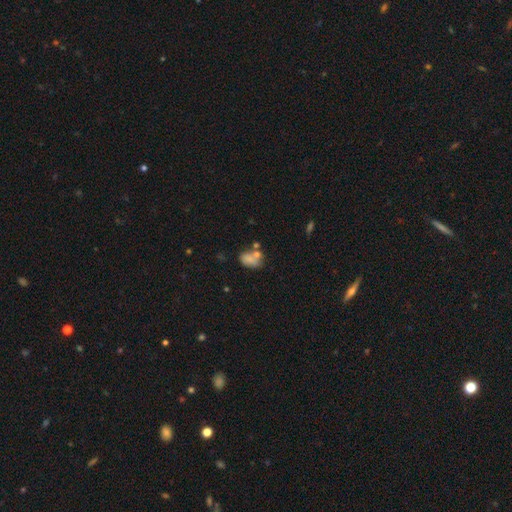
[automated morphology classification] Smooth or featured: smooth — 65% (featured or disk — 19%)
How rounded: in between — 77% (round — 21%)
Merging: none — 42% (merger — 30%)